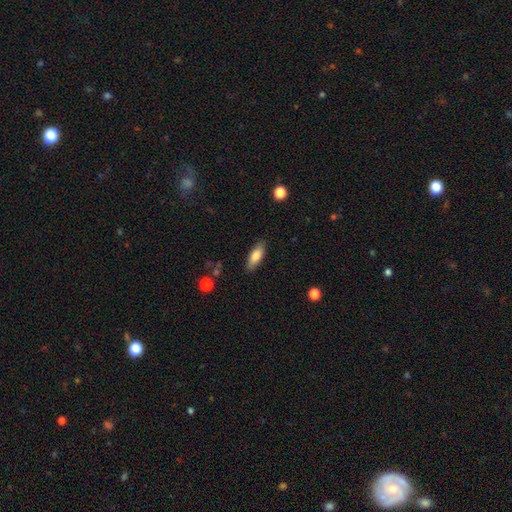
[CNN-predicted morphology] Smooth or featured? Predicted: smooth (p=0.80). How rounded? Predicted: in between (p=0.69). Merging? Predicted: none (p=0.85).